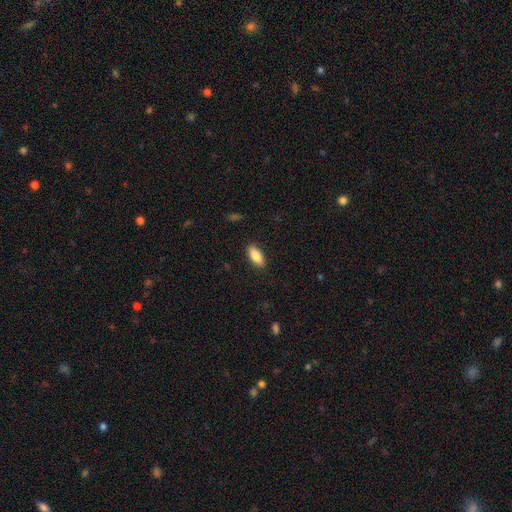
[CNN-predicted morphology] Q: Smooth or featured?
A: smooth (86%); runner-up: featured or disk (8%)
Q: How rounded?
A: in between (85%); runner-up: cigar-shaped (13%)
Q: Merging?
A: none (88%); runner-up: minor disturbance (9%)